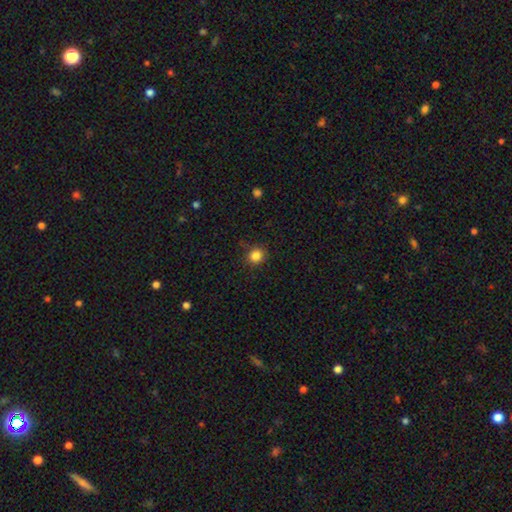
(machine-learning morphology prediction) This appears to be a smooth galaxy with no disk features (84%) that is round (86%). Merging: none (83%).